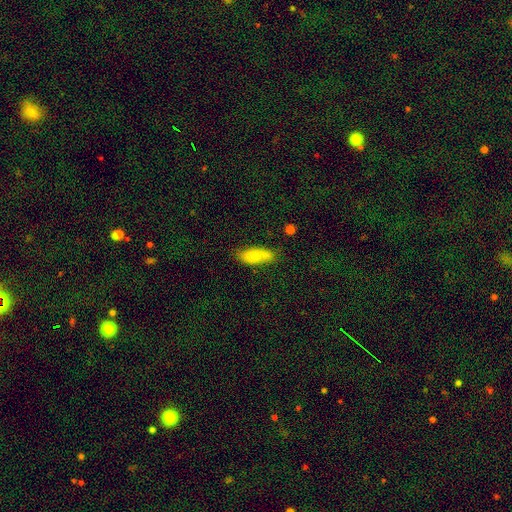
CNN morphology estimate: This appears to be a smooth galaxy with no disk features (70%) that is in between round and cigar-shaped (79%). Merging: none (69%).